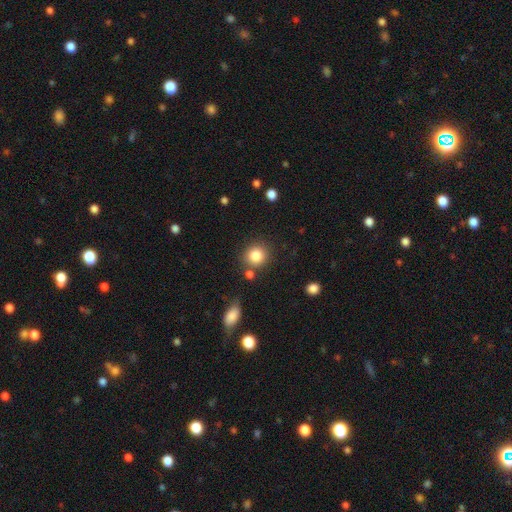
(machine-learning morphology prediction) This is clearly a smooth galaxy (84%). How rounded: clearly round (86%). Merging: likely none (79%).